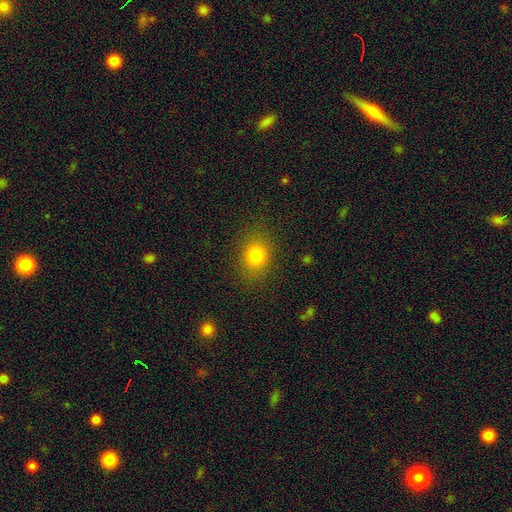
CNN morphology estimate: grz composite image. It shows a smooth galaxy with no disk features (78%) that is in between round and cigar-shaped (50%). Merging: none (85%).